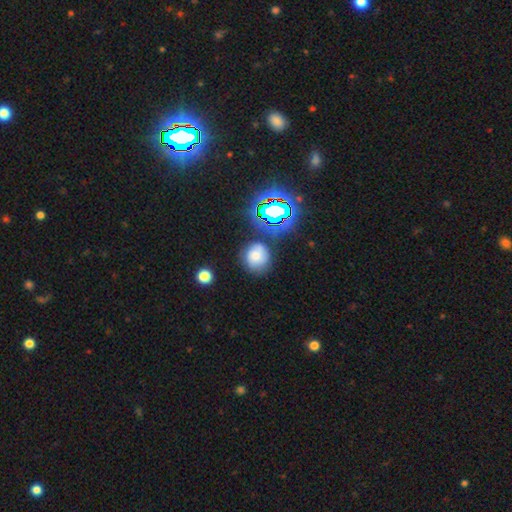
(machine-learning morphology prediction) A smooth galaxy with no disk features (59%) that is round (82%). Merging: none (70%).